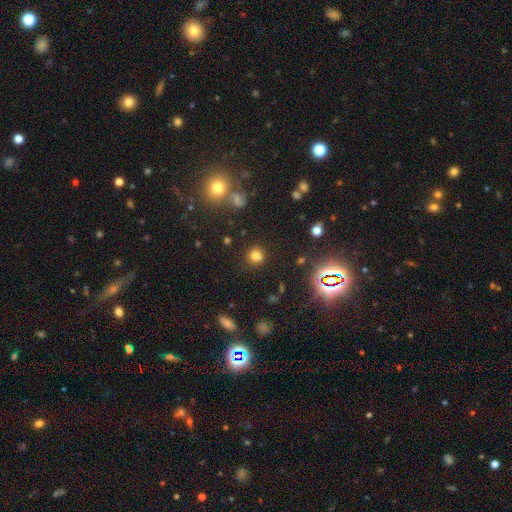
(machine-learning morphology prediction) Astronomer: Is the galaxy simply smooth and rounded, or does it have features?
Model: smooth — 71%.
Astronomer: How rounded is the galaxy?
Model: round — 83%.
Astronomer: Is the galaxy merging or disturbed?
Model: none — 74%.